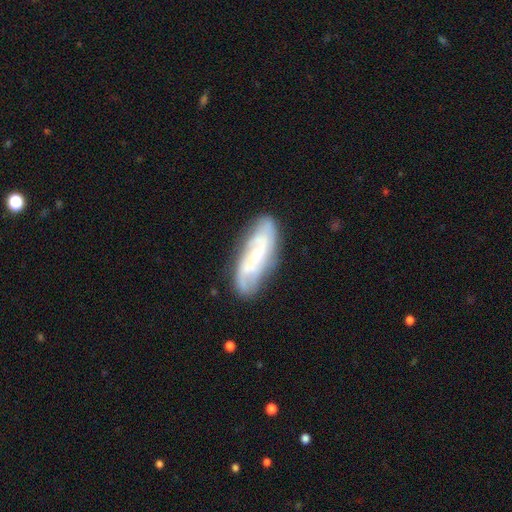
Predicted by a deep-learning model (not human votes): This is likely a featured or disk galaxy (69%). It is clearly not viewed edge-on (86%). Bar: possibly weak (45%). Spiral arm pattern: clearly yes (85%). Spiral arm count: possibly 2 (47%). Spiral winding: marginally medium (38%). Central bulge: possibly small (51%). Merging: likely none (74%).